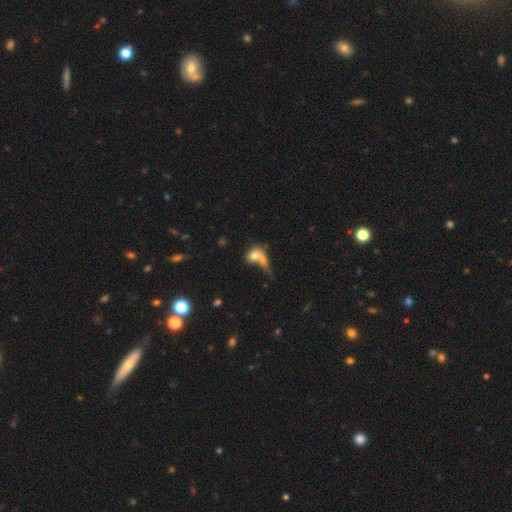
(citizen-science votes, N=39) Overall: smooth (67%). How rounded: in between (73%). Merging: merger (53%; none 21%).